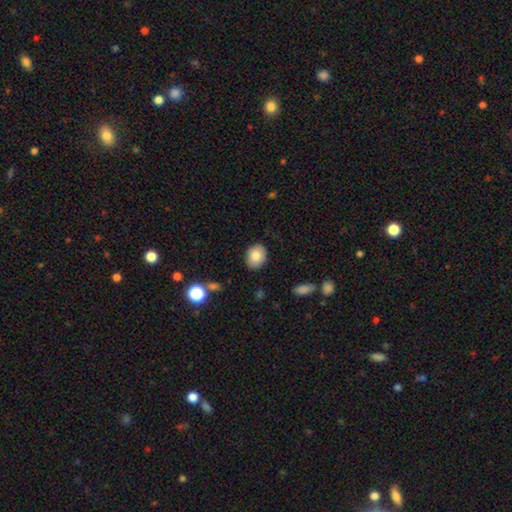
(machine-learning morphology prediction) type=smooth (81%); roundness=in between (56%); merging=none (87%).